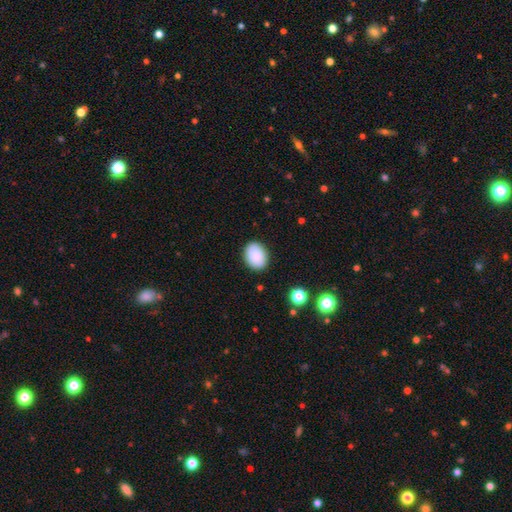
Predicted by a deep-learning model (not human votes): This is clearly a smooth galaxy (87%). How rounded: likely in between (62%). Merging: clearly none (85%).